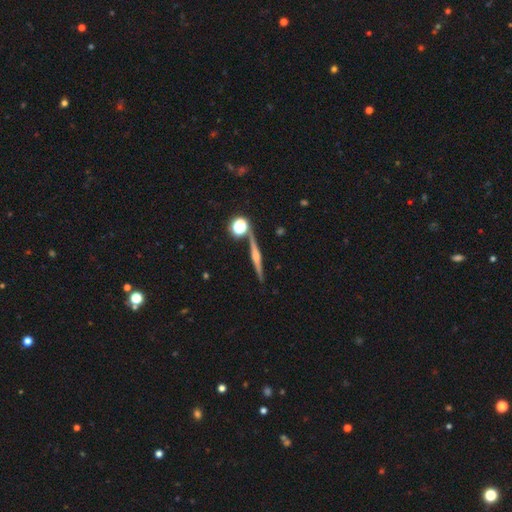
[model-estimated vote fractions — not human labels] Smooth or featured: featured or disk — 73% (smooth — 17%)
Edge-on disk: yes — 97% (no — 3%)
Edge-on bulge: rounded — 74% (boxy — 17%)
Merging: none — 85% (minor disturbance — 8%)